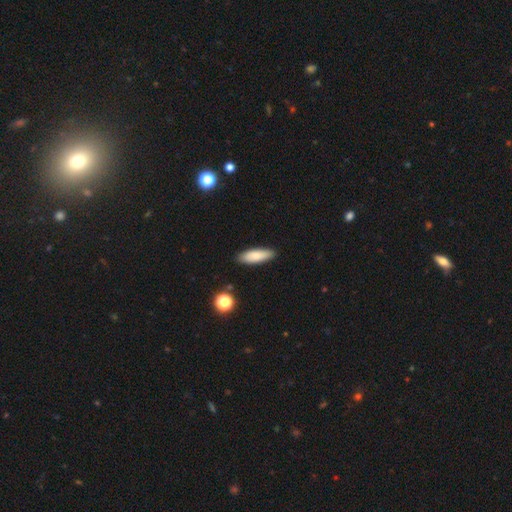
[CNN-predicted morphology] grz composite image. It shows a smooth galaxy with no disk features (82%) that is in between round and cigar-shaped (53%). Merging: none (88%).